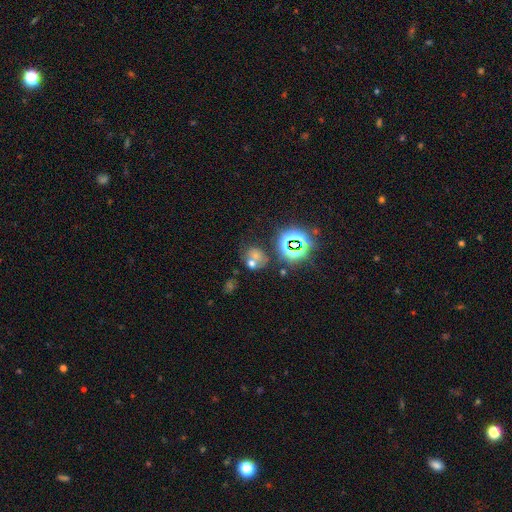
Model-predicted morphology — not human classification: Overall: star or artifact (58%; smooth 28%).